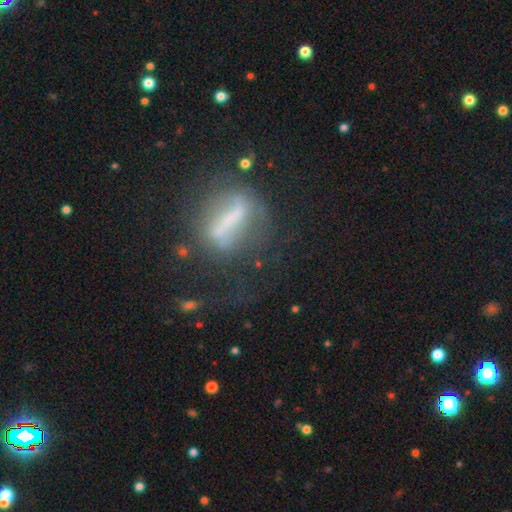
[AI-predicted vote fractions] The model was most divided on "smooth or featured": featured or disk: 49%, smooth: 31%, star or artifact: 20%. More confident: merging — none (62%).